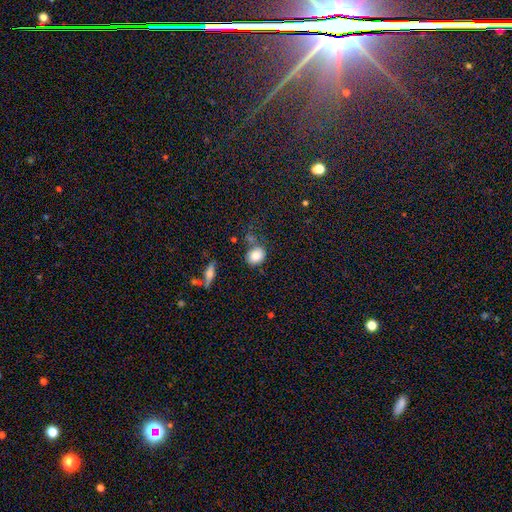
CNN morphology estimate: This is clearly a smooth galaxy (82%). How rounded: possibly round (53%). Merging: likely none (69%).